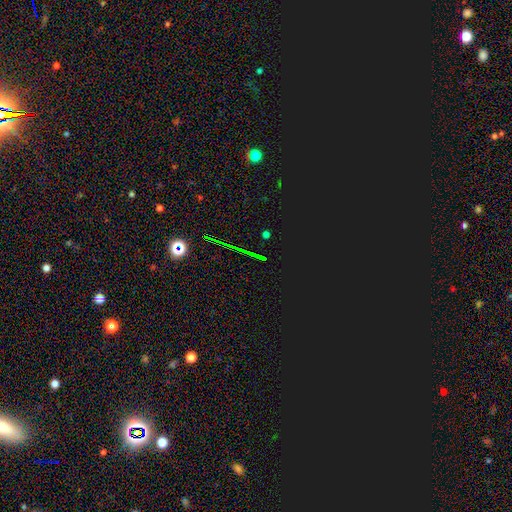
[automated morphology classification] Smooth or featured: star or artifact — 81% (smooth — 10%)